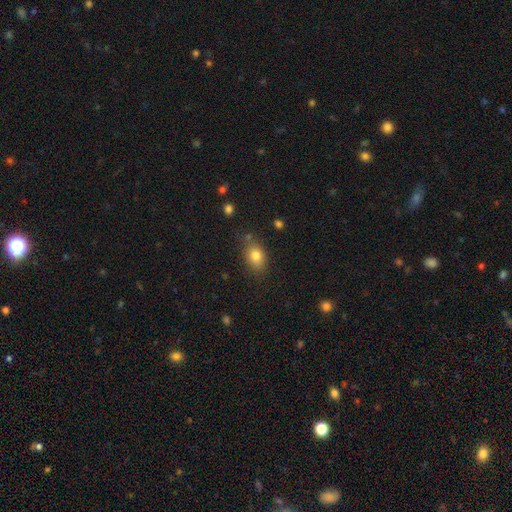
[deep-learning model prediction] Smooth or featured? smooth (81%)
How rounded? in between (76%)
Merging? none (73%)